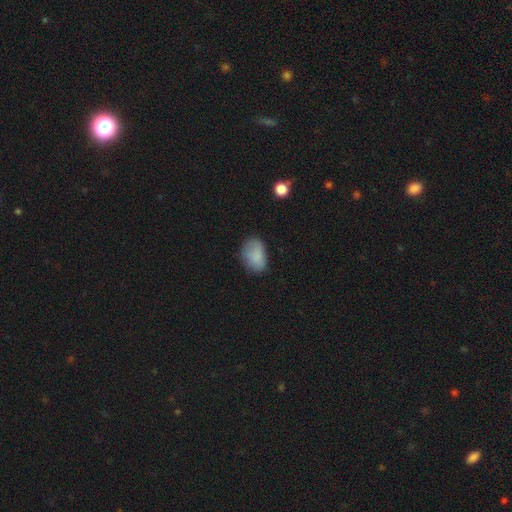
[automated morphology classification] Overall: smooth (82%). How rounded: in between (81%). Merging: none (63%; minor disturbance 27%).